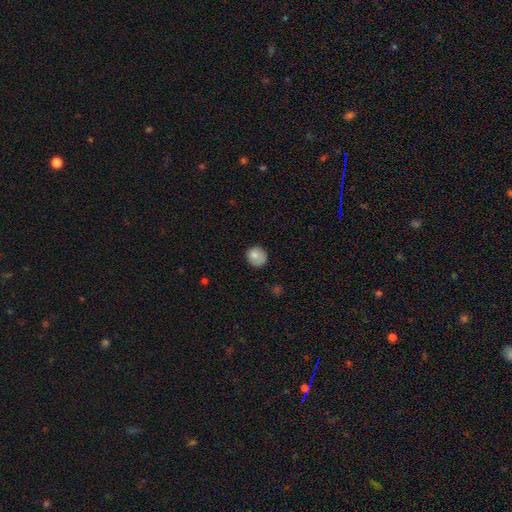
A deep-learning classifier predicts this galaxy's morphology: type=smooth (80%); roundness=round (87%); merging=none (78%).